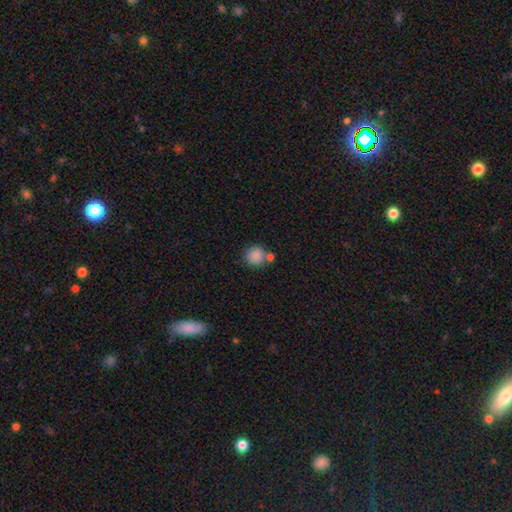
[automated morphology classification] Q: Smooth or featured?
A: smooth (86%); runner-up: star or artifact (9%)
Q: How rounded?
A: round (91%); runner-up: in between (8%)
Q: Merging?
A: none (65%); runner-up: merger (21%)